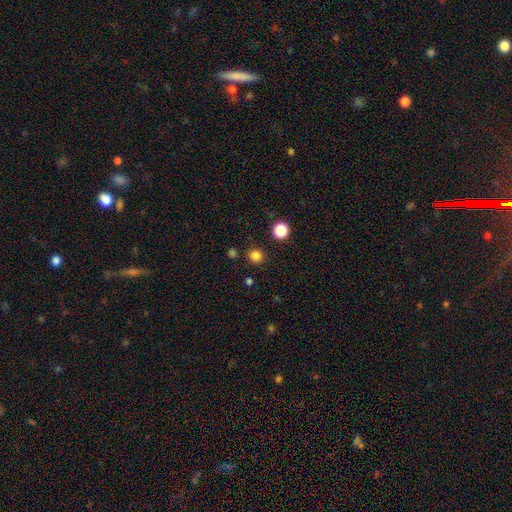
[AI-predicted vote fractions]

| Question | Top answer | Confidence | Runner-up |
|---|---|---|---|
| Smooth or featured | smooth | 81% | star or artifact (16%) |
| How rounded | round | 93% | in between (6%) |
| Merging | none | 89% | minor disturbance (6%) |